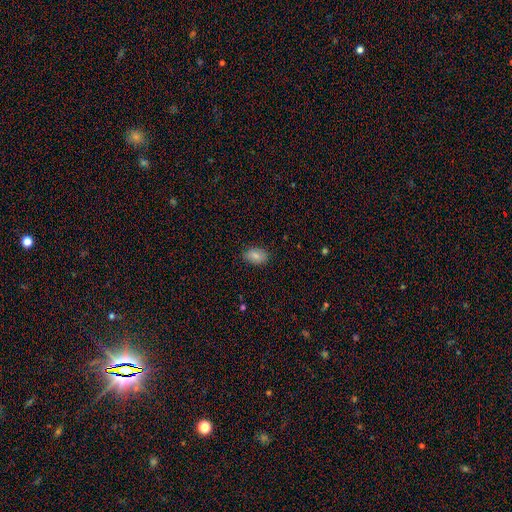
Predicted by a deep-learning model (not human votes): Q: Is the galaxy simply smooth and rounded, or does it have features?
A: smooth — 84%.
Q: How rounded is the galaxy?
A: in between — 87%.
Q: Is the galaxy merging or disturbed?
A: none — 84%.